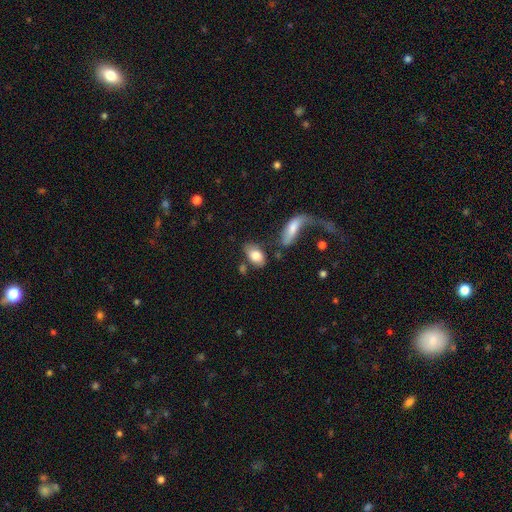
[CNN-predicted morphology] This is clearly a smooth galaxy (81%). How rounded: clearly in between (91%). Merging: possibly none (57%).